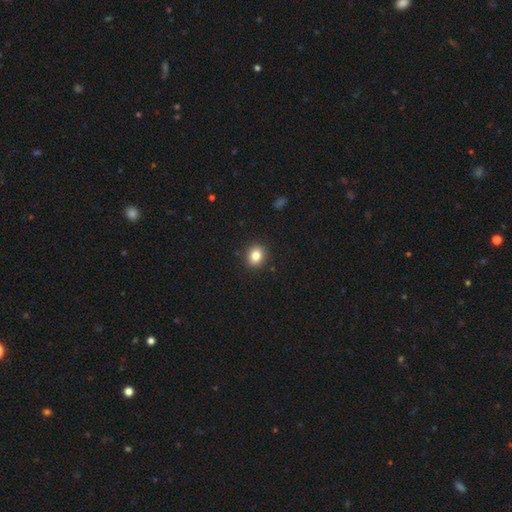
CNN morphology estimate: This appears to be a smooth galaxy with no disk features (83%) that is round (70%). Merging: none (91%).